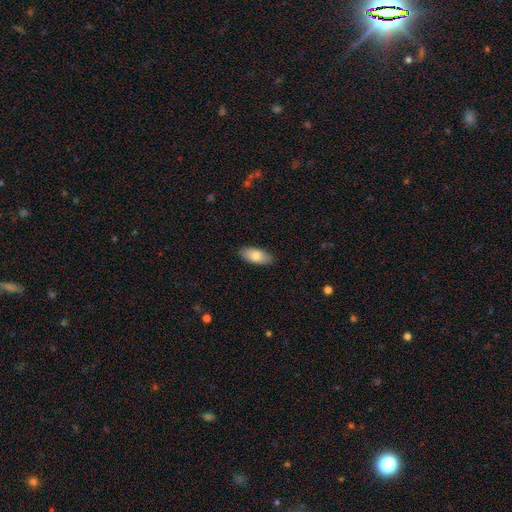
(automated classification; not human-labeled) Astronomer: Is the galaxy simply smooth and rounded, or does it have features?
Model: smooth — 81%.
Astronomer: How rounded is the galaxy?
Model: in between — 89%.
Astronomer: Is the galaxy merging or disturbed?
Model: none — 88%.